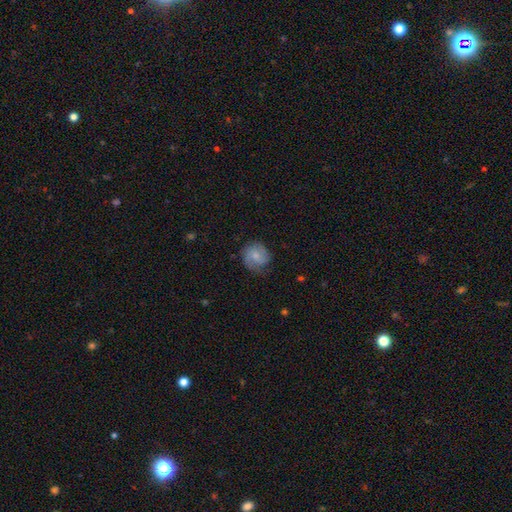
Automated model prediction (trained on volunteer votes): This is possibly a featured or disk galaxy (49%). Merging: likely none (68%).